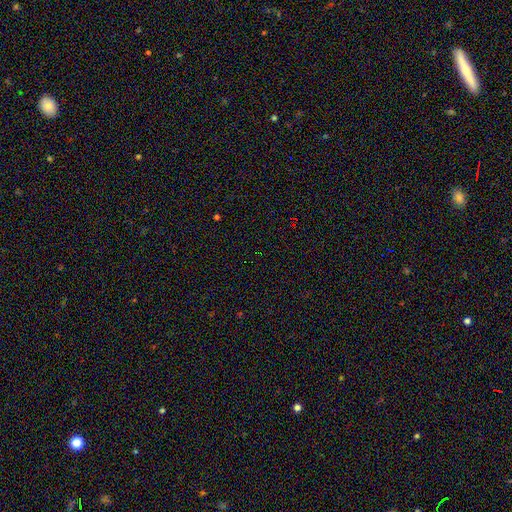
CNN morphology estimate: A star or artifact, not a galaxy (73%).